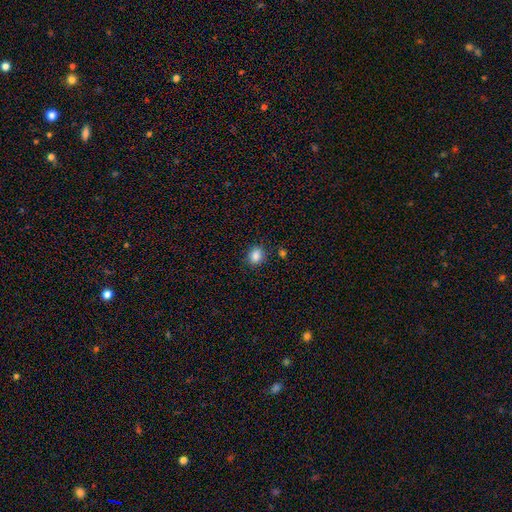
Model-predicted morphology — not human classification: This is clearly a smooth galaxy (85%). How rounded: likely round (63%). Merging: clearly none (85%).